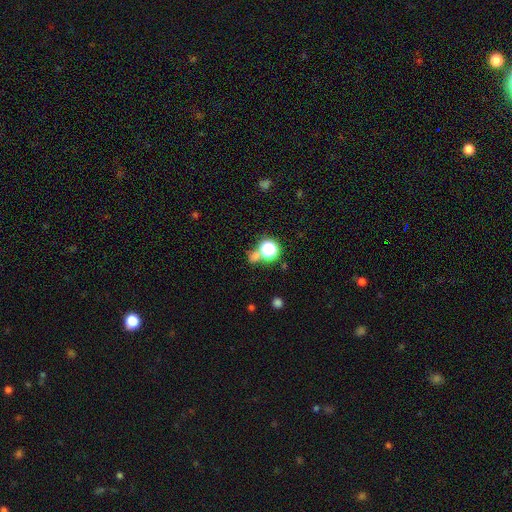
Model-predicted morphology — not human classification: smooth_or_featured: smooth (p=0.57) [alt: star or artifact p=0.36]
how_rounded: round (p=0.80) [alt: in between p=0.18]
merging: none (p=0.59) [alt: merger p=0.26]